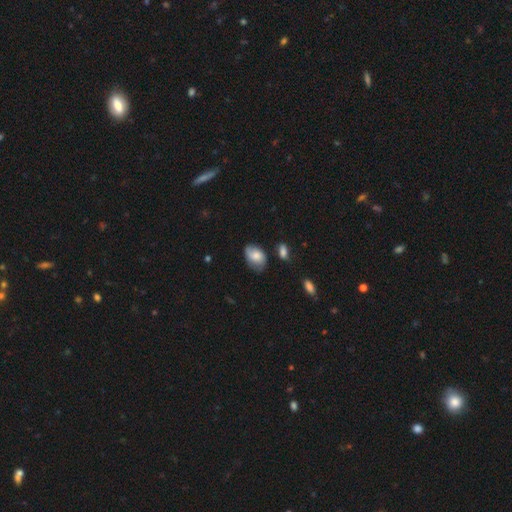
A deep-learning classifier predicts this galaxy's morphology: This is likely a smooth galaxy (67%). How rounded: clearly in between (84%). Merging: likely none (61%).